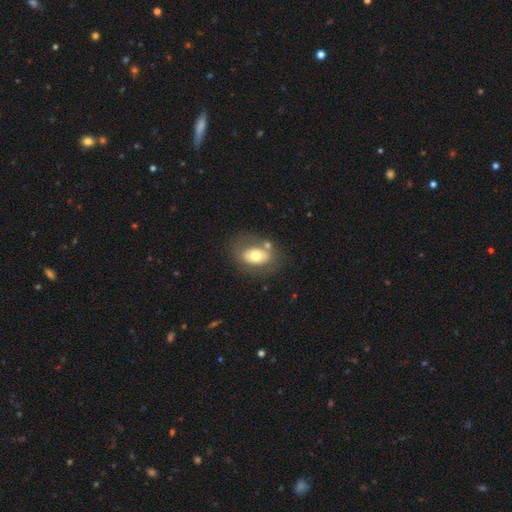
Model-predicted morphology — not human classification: The model was most divided on "smooth or featured": smooth: 60%, featured or disk: 32%, star or artifact: 8%. More confident: how rounded — in between (82%); merging — none (66%).